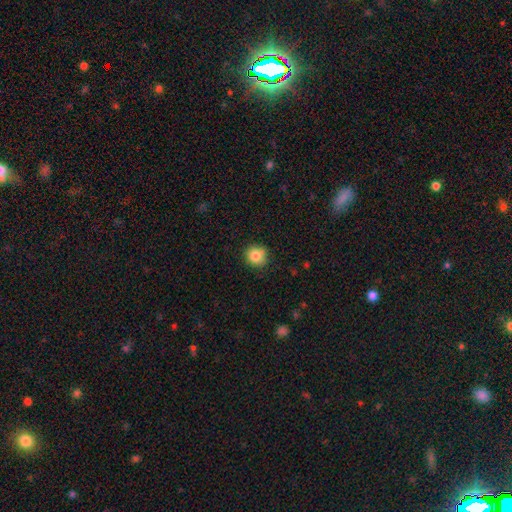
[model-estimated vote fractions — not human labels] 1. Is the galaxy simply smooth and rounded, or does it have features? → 83% smooth, 10% star or artifact, 7% featured or disk.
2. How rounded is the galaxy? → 91% round, 8% in between, 1% cigar-shaped.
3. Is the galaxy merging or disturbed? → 85% none, 11% minor disturbance, 2% major disturbance, 1% merger.